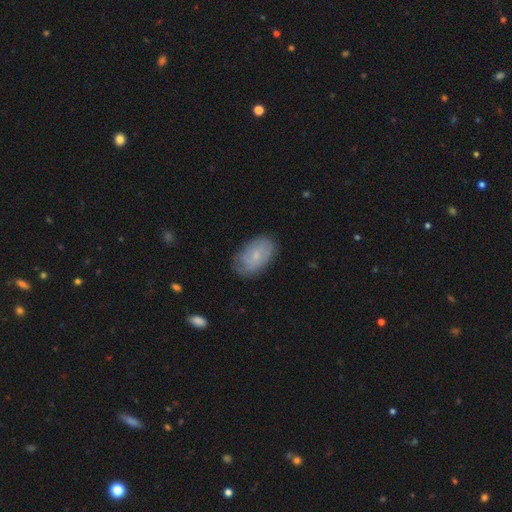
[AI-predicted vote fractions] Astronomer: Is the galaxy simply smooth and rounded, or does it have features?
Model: smooth — 64%.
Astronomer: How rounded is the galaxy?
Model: in between — 92%.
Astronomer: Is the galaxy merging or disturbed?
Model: none — 74%.